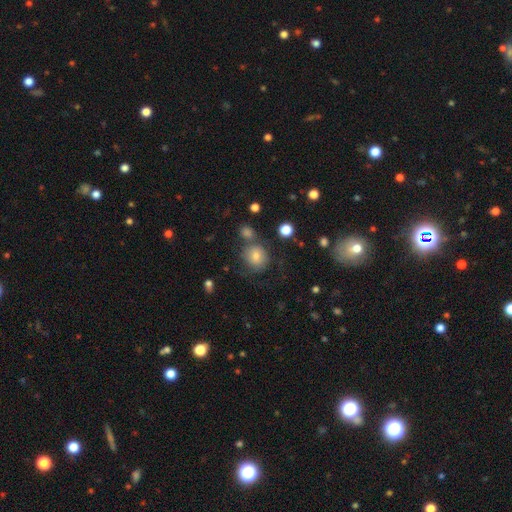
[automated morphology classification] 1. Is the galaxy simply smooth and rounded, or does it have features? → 66% smooth, 19% featured or disk, 15% star or artifact.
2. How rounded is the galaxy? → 84% round, 15% in between, 1% cigar-shaped.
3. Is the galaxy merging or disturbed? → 65% none, 15% minor disturbance, 11% merger, 8% major disturbance.